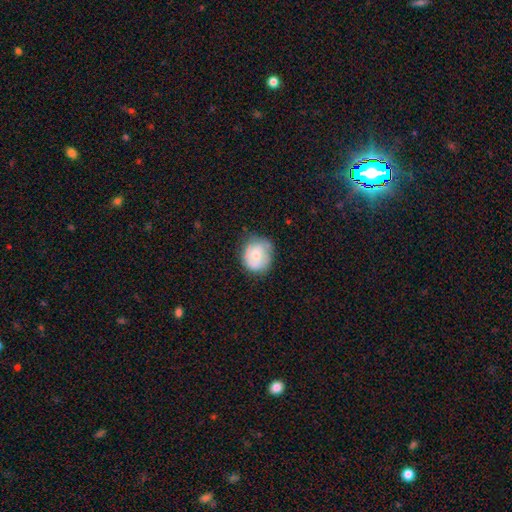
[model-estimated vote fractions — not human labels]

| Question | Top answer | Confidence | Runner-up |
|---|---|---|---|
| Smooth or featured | smooth | 64% | featured or disk (29%) |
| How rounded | round | 74% | in between (25%) |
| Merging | none | 62% | minor disturbance (28%) |